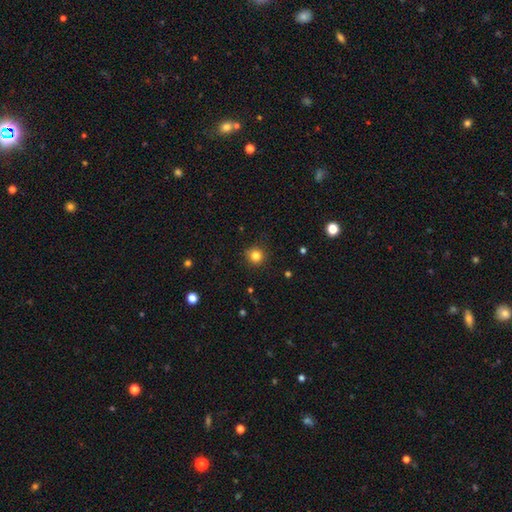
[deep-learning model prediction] Smooth or featured?
  - smooth: 82% *
  - star or artifact: 13%
  - featured or disk: 5%
How rounded?
  - round: 93% *
  - in between: 6%
  - cigar-shaped: 1%
Merging?
  - none: 88% *
  - minor disturbance: 9%
  - major disturbance: 2%
  - merger: 1%